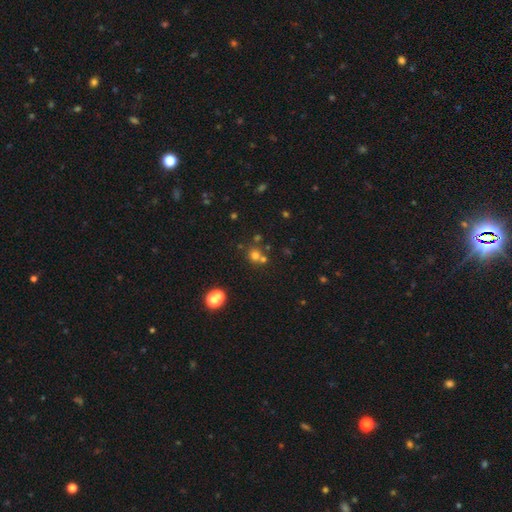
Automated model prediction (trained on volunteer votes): This appears to be a smooth galaxy with no disk features (64%) that is round (88%). Merging: none (59%).